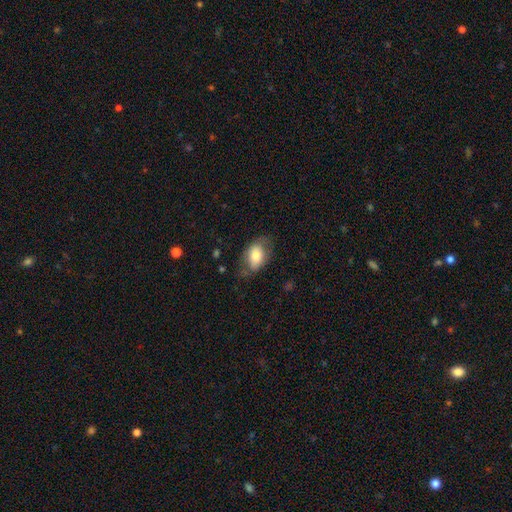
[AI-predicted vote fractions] This appears to be a smooth galaxy with no disk features (71%) that is in between round and cigar-shaped (88%). Merging: none (61%).